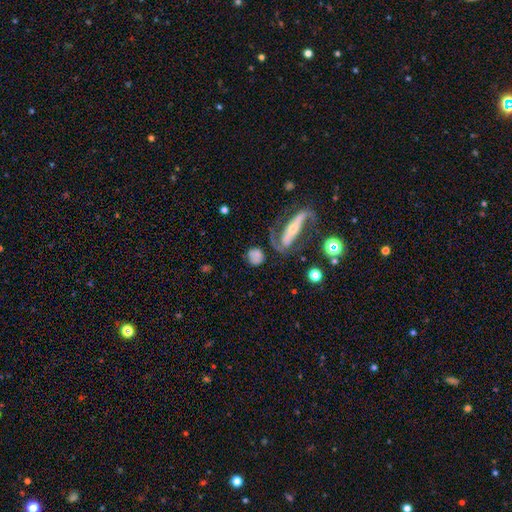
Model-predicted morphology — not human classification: smooth 54%, featured or disk 35%, star or artifact 11%. Down the decision tree: how rounded — round (59%); merging — none (52%).